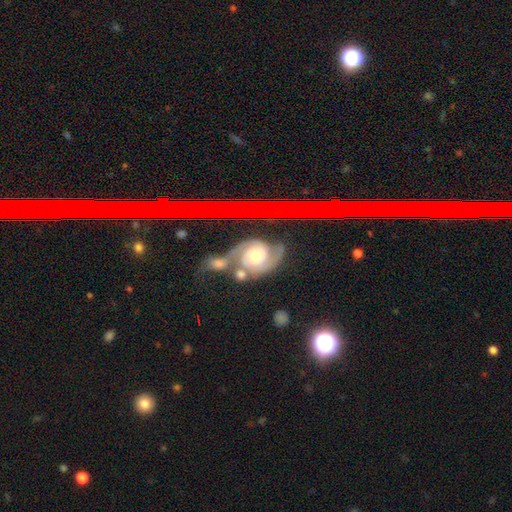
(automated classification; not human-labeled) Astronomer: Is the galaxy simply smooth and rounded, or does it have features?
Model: featured or disk — 79%.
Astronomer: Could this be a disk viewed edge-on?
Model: no — 96%.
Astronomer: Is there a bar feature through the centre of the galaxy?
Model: no — 72%.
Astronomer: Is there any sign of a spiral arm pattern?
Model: yes — 94%.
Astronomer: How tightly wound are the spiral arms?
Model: tight — 45% (runner-up: medium, 40%).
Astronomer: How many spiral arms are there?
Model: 2 — 77%.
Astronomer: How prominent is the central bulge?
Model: moderate — 60%.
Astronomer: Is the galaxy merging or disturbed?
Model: none — 43% (runner-up: merger, 26%).